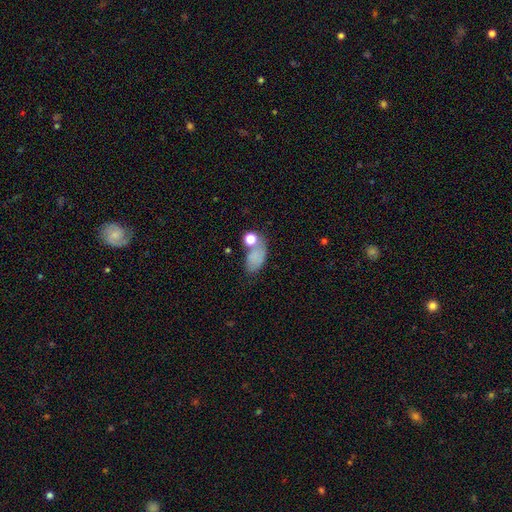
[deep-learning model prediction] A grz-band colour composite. It shows a smooth galaxy with no disk features (74%) that is in between round and cigar-shaped (86%). Merging: none (47%).